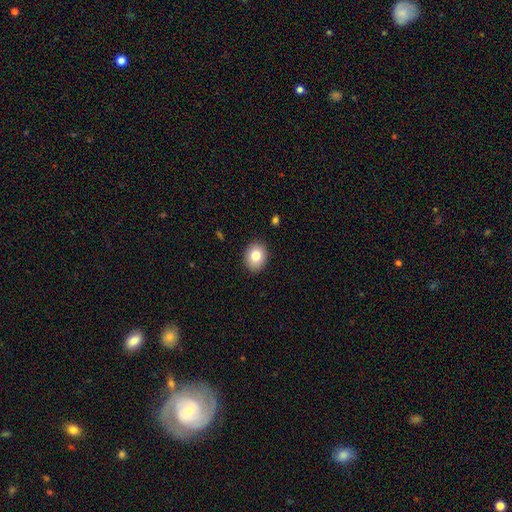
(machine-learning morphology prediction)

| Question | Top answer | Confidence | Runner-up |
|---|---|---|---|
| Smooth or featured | smooth | 81% | featured or disk (10%) |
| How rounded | round | 53% | in between (47%) |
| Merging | none | 89% | minor disturbance (8%) |